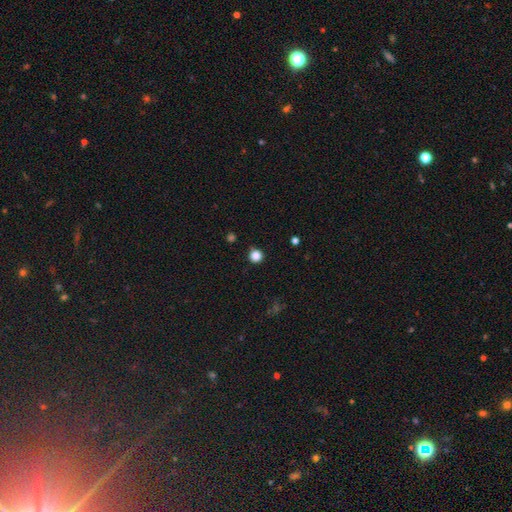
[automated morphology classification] Q: Smooth or featured?
A: smooth (84%); runner-up: star or artifact (12%)
Q: How rounded?
A: round (95%); runner-up: in between (4%)
Q: Merging?
A: none (87%); runner-up: minor disturbance (9%)